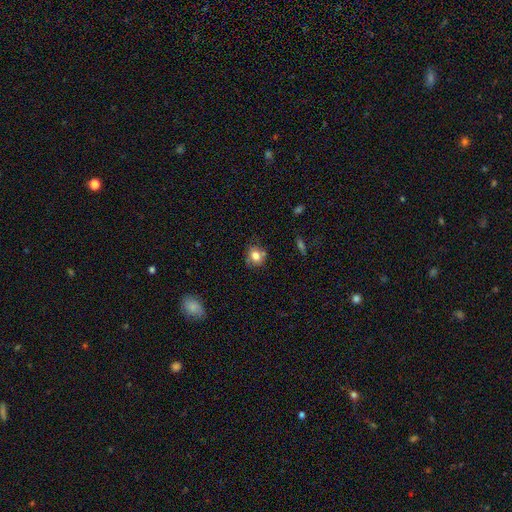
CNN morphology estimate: type=smooth (77%); roundness=round (69%); merging=none (68%).